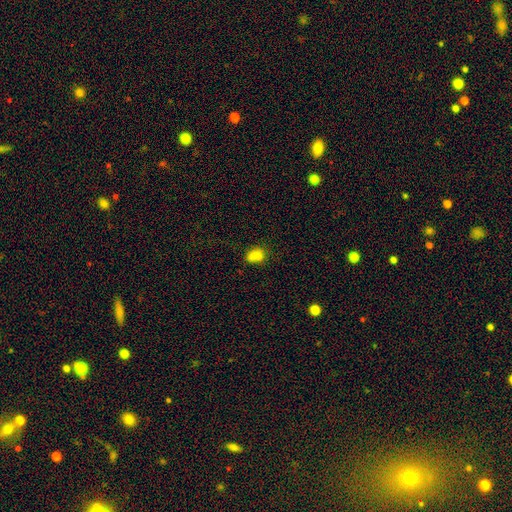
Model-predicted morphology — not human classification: Smooth or featured? Predicted: smooth (p=0.81). How rounded? Predicted: in between (p=0.79). Merging? Predicted: none (p=0.59).